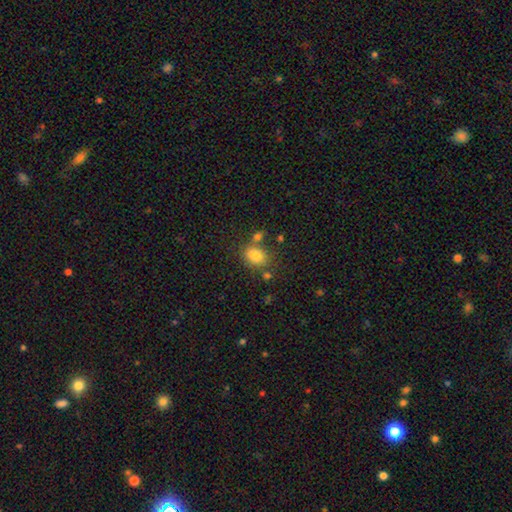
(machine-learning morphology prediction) The model was most divided on "merging": none: 60%, merger: 19%, minor disturbance: 16%, major disturbance: 5%. More confident: smooth or featured — smooth (80%); how rounded — in between (71%).